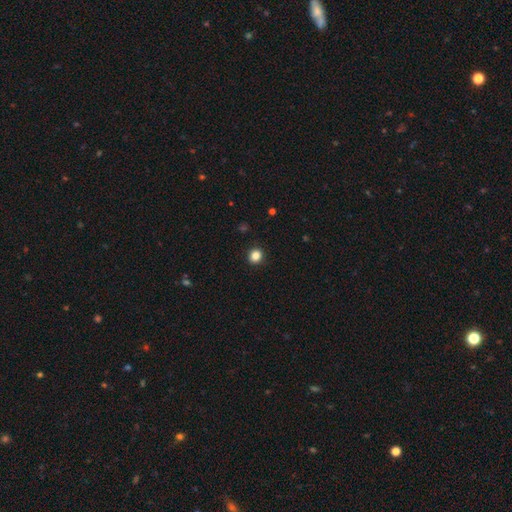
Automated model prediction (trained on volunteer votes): Overall: smooth (85%). How rounded: round (83%). Merging: none (92%).